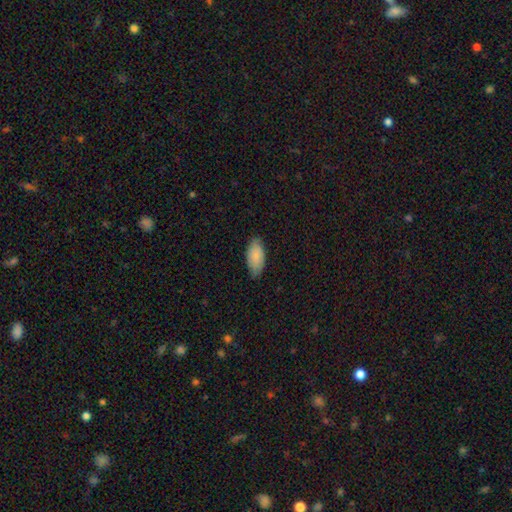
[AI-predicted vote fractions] smooth_or_featured: smooth (p=0.84) [alt: featured or disk p=0.10]
how_rounded: in between (p=0.93) [alt: cigar-shaped p=0.05]
merging: none (p=0.74) [alt: minor disturbance p=0.22]